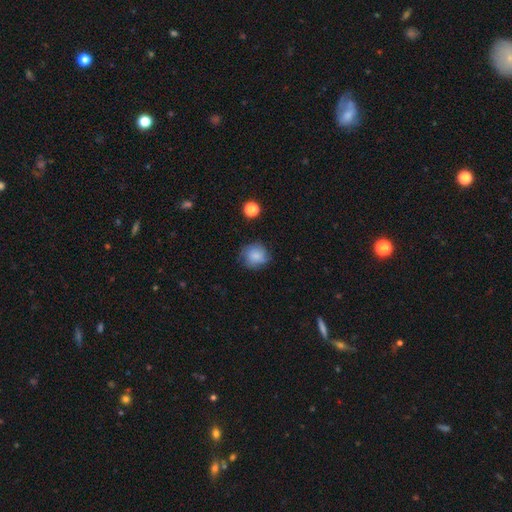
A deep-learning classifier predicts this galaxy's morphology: Q: Smooth or featured?
A: smooth (72%); runner-up: featured or disk (18%)
Q: How rounded?
A: round (84%); runner-up: in between (15%)
Q: Merging?
A: none (73%); runner-up: minor disturbance (19%)